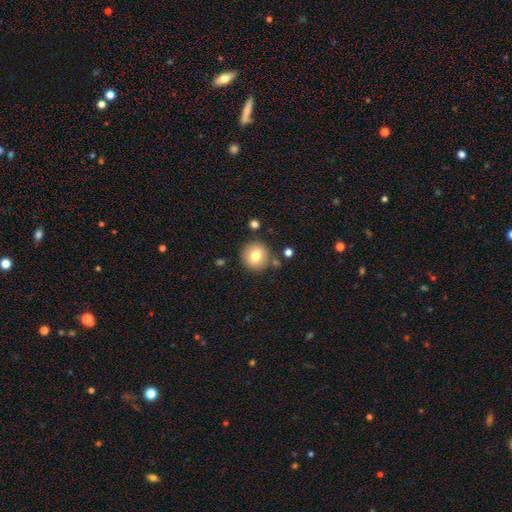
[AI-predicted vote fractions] Smooth or featured: smooth — 77% (featured or disk — 13%)
How rounded: round — 94% (in between — 5%)
Merging: none — 85% (minor disturbance — 8%)